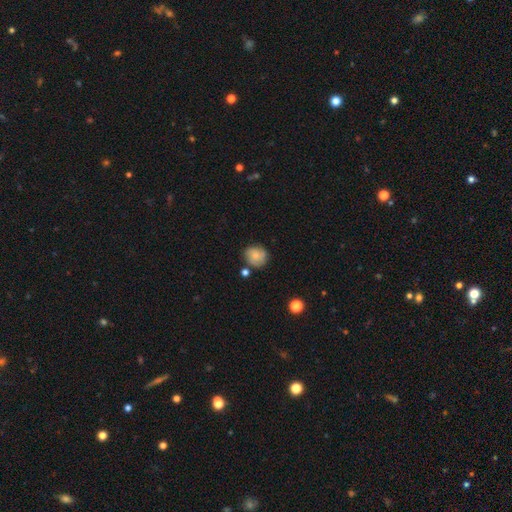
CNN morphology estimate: This is likely a smooth galaxy (64%). How rounded: clearly round (81%). Merging: likely none (68%).